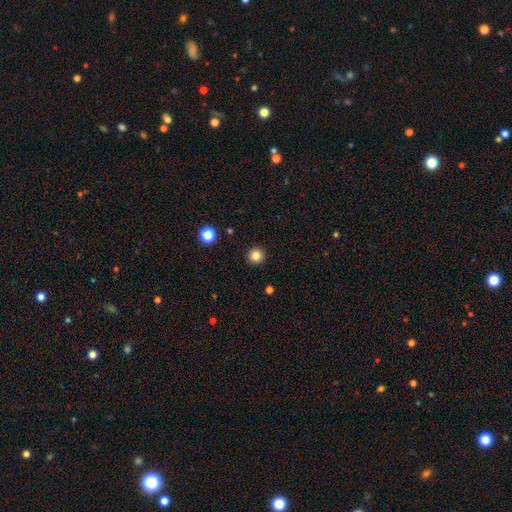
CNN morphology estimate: type=smooth (83%); roundness=round (95%); merging=none (93%).